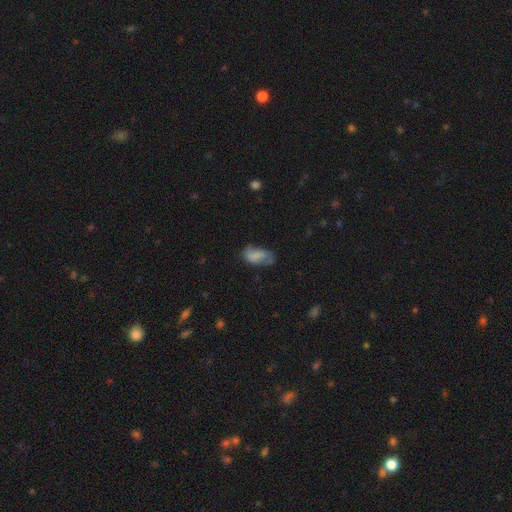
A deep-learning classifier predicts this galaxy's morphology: smooth 73%, featured or disk 19%, star or artifact 9%. Down the decision tree: how rounded — in between (92%); merging — none (49%).